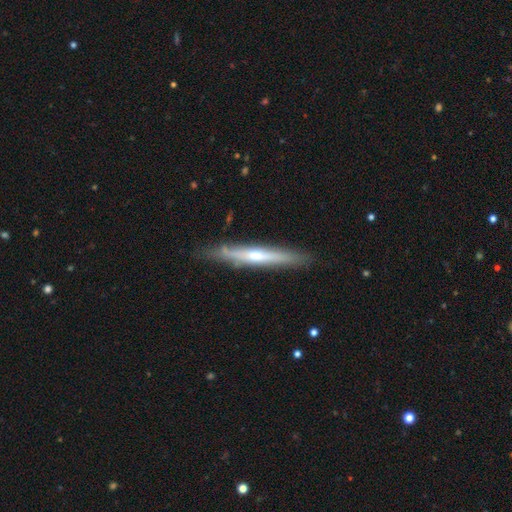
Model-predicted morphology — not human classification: This is likely a featured or disk galaxy (64%). It is clearly viewed edge-on (93%). Edge-on bulge: likely rounded (73%). Merging: clearly none (83%).